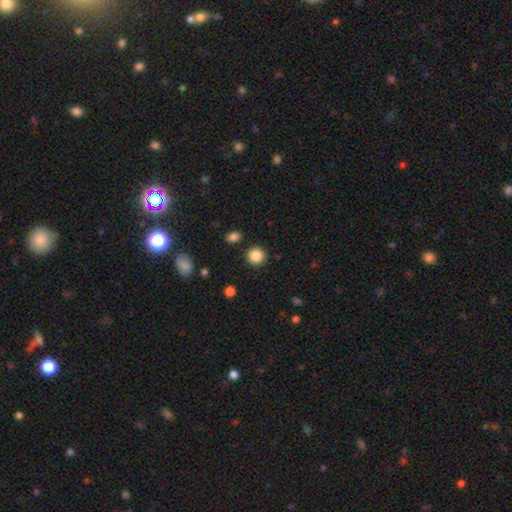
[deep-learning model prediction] Smooth or featured: smooth — 87% (star or artifact — 10%)
How rounded: round — 90% (in between — 9%)
Merging: none — 87% (minor disturbance — 8%)